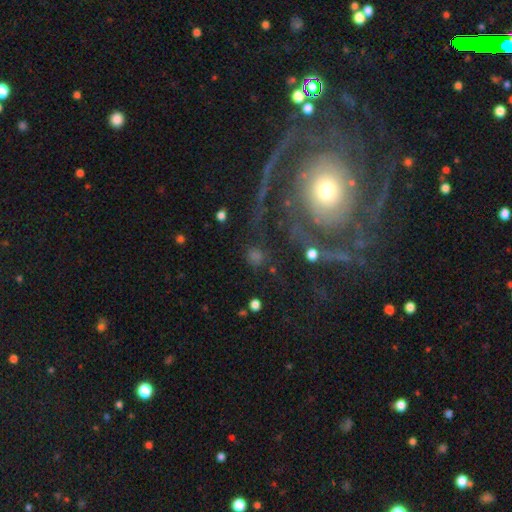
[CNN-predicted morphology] Overall: featured or disk (47%; smooth 34%). Merging: none (73%).